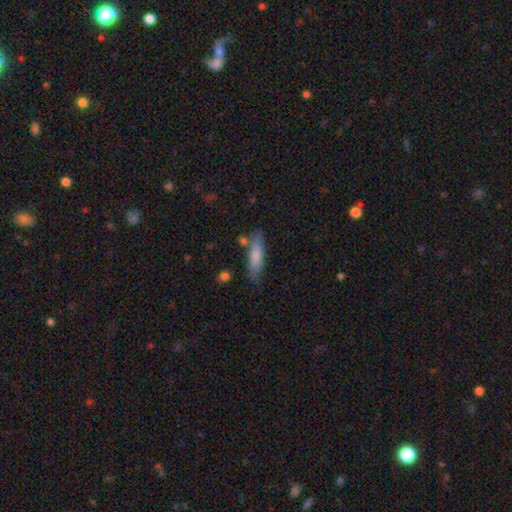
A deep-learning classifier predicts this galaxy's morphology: Smooth or featured: smooth — 77% (featured or disk — 17%)
How rounded: cigar-shaped — 58% (in between — 40%)
Merging: none — 72% (minor disturbance — 18%)